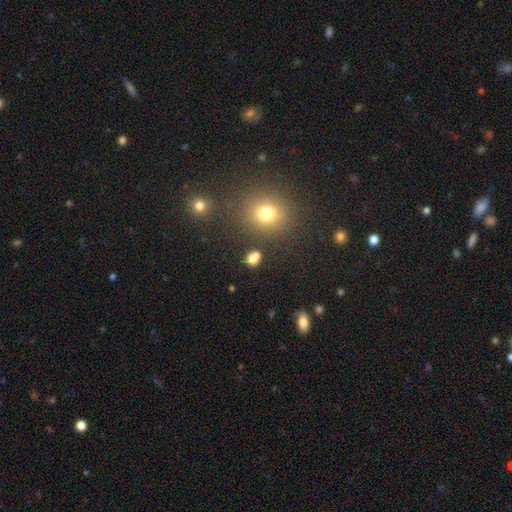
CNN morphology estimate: Overall: smooth (75%). How rounded: round (60%; in between 38%). Merging: none (69%).